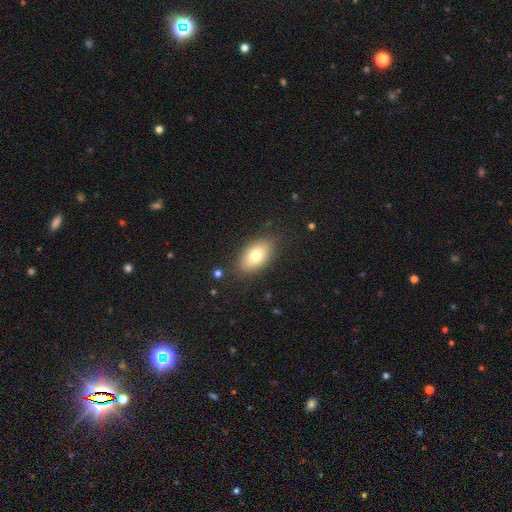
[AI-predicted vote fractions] Smooth or featured?
  - smooth: 76% *
  - featured or disk: 16%
  - star or artifact: 8%
How rounded?
  - in between: 91% *
  - round: 6%
  - cigar-shaped: 4%
Merging?
  - none: 83% *
  - minor disturbance: 12%
  - major disturbance: 3%
  - merger: 2%